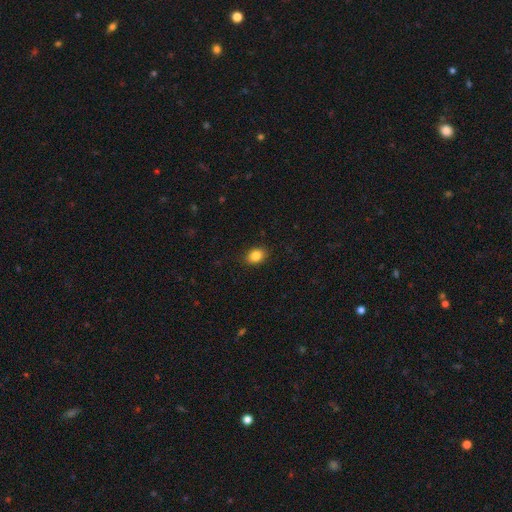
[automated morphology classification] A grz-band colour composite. It shows a smooth galaxy with no disk features (85%) that is in between round and cigar-shaped (71%). Merging: none (88%).